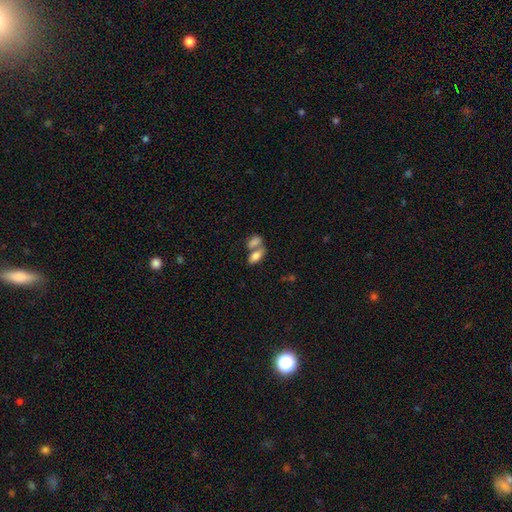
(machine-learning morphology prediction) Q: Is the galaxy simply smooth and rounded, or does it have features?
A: smooth — 78%.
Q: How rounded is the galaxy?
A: in between — 88%.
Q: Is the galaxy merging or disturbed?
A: merger — 56%.